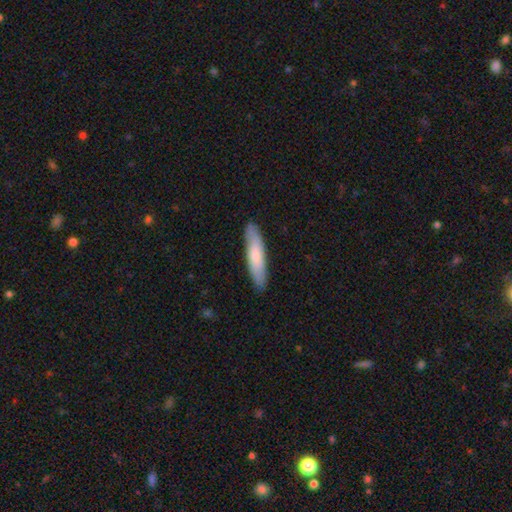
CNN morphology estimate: Smooth or featured?
  - smooth: 74% *
  - featured or disk: 21%
  - star or artifact: 5%
How rounded?
  - cigar-shaped: 83% *
  - in between: 16%
  - round: 1%
Merging?
  - none: 88% *
  - minor disturbance: 9%
  - major disturbance: 2%
  - merger: 1%